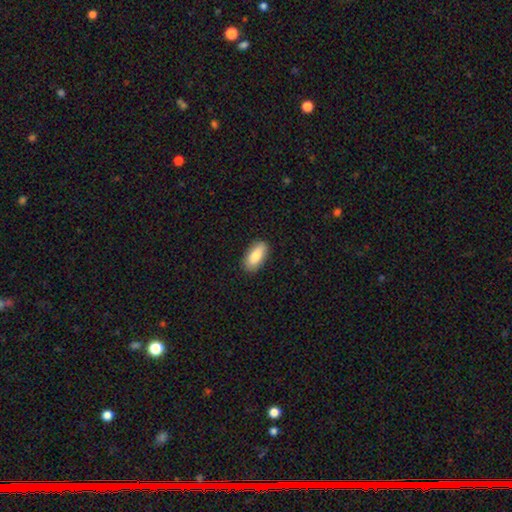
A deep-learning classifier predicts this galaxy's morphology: smooth-or-featured: smooth: 83% | featured or disk: 11% | star or artifact: 6%
  how-rounded: in between: 88% | cigar-shaped: 9% | round: 3%
  merging: none: 87% | minor disturbance: 10% | major disturbance: 2% | merger: 1%